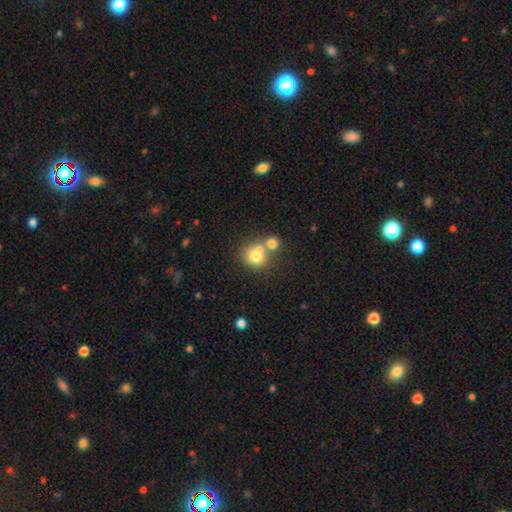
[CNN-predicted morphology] The model was most divided on "merging": merger: 47%, none: 41%, minor disturbance: 9%, major disturbance: 4%. More confident: how rounded — round (81%); smooth or featured — smooth (75%).